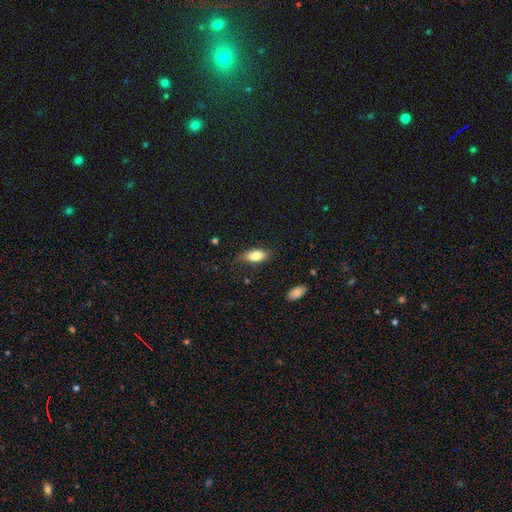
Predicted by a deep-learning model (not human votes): Q: Smooth or featured?
A: smooth (80%); runner-up: featured or disk (13%)
Q: How rounded?
A: in between (86%); runner-up: cigar-shaped (11%)
Q: Merging?
A: none (65%); runner-up: minor disturbance (25%)